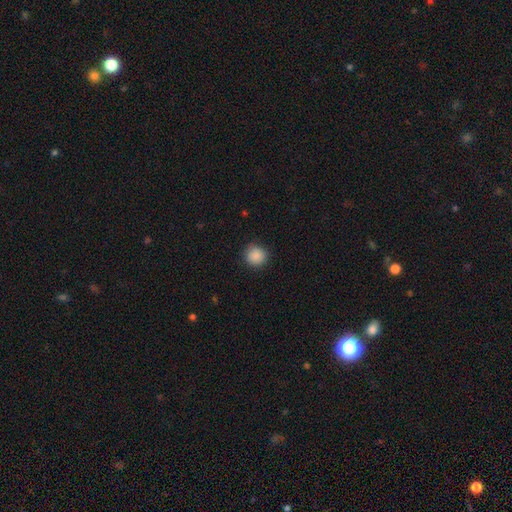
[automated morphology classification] smooth 88%, star or artifact 9%, featured or disk 3%. Down the decision tree: how rounded — round (91%); merging — none (89%).